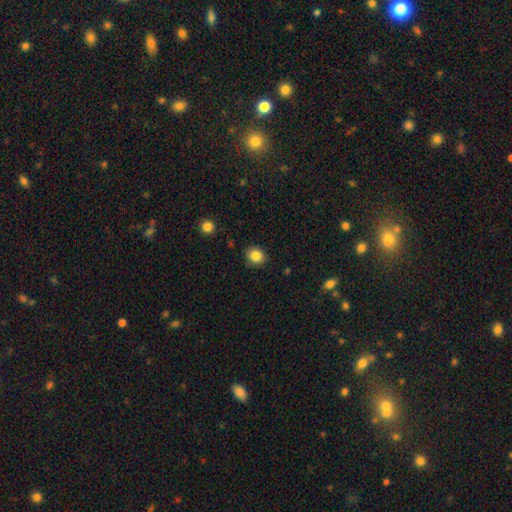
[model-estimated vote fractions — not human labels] Overall: smooth (84%). How rounded: round (75%). Merging: none (87%).